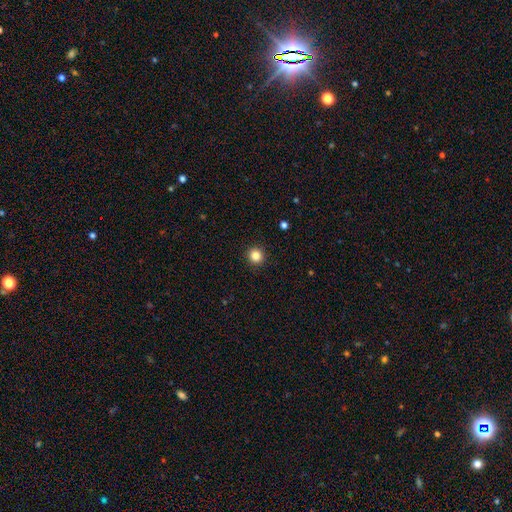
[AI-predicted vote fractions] Q: Smooth or featured?
A: smooth (84%); runner-up: star or artifact (11%)
Q: How rounded?
A: round (95%); runner-up: in between (4%)
Q: Merging?
A: none (93%); runner-up: minor disturbance (4%)